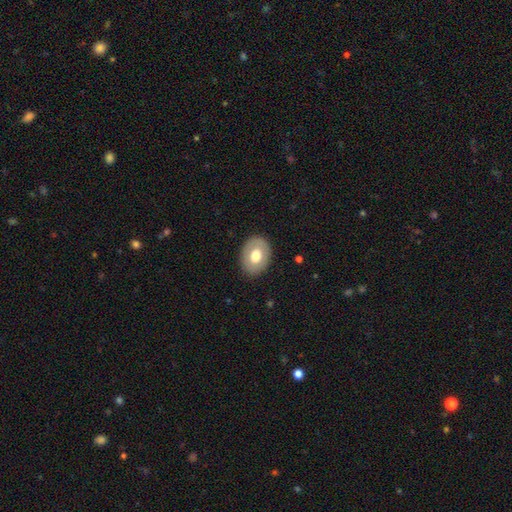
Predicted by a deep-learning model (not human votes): smooth-or-featured: smooth: 65% | featured or disk: 28% | star or artifact: 7%
  how-rounded: in between: 65% | round: 34% | cigar-shaped: 1%
  merging: none: 86% | minor disturbance: 10% | major disturbance: 3% | merger: 1%